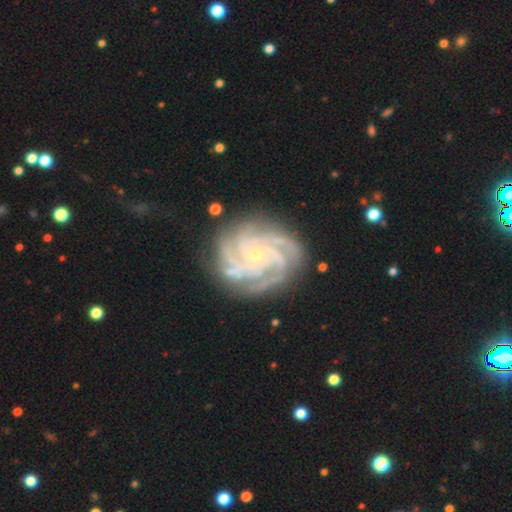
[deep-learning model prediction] The model was most divided on "spiral arm count": 4: 36%, more than 4: 26%, 3: 14%, can't tell: 10%, 2: 7%, 1: 7%. More confident: spiral arms — yes (99%); edge-on disk — no (98%); smooth or featured — featured or disk (91%); merging — none (80%); bulge size — small (76%); spiral winding — tight (75%); bar — no (69%).